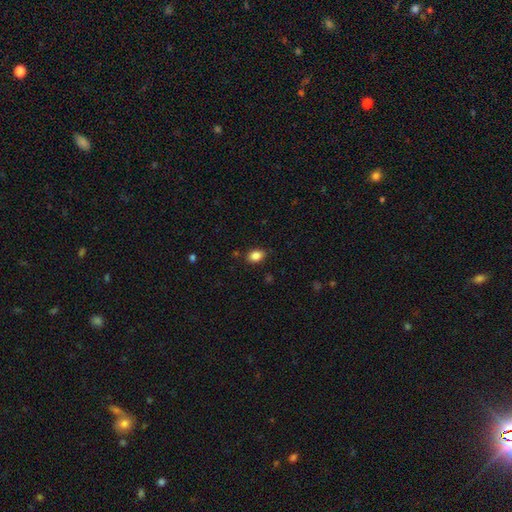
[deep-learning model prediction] A smooth galaxy with no disk features (86%) that is in between round and cigar-shaped (79%). Merging: none (85%).